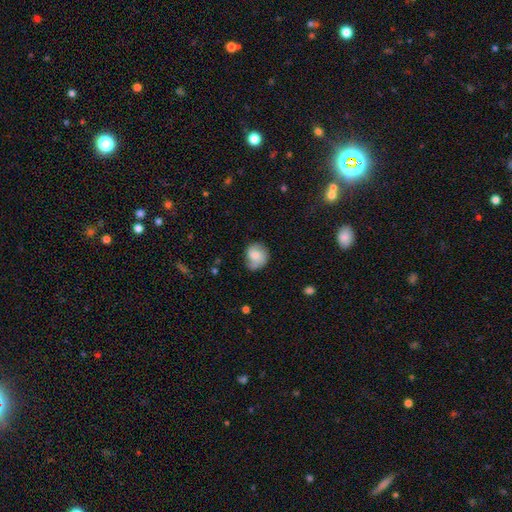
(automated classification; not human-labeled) smooth 57%, featured or disk 35%, star or artifact 8%. Down the decision tree: how rounded — round (77%); merging — none (61%).